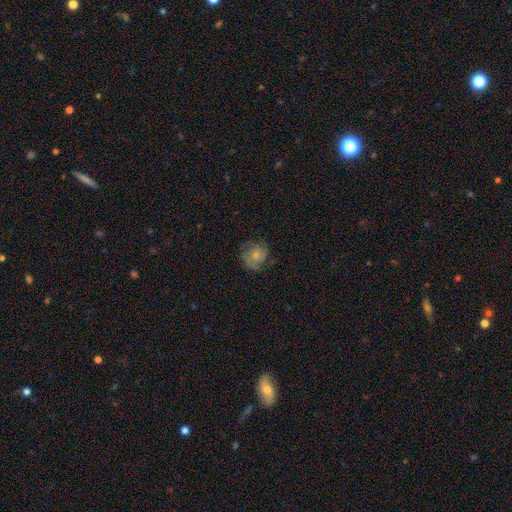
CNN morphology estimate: smooth 46% (tied), featured or disk 46% (tied), star or artifact 9%. Down the decision tree: merging — none (65%).